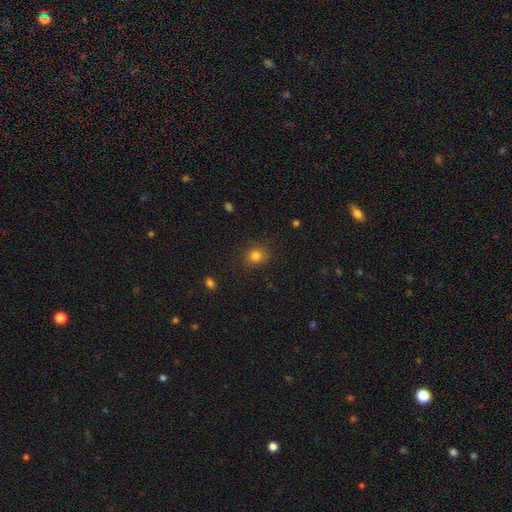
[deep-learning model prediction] Smooth or featured? smooth (82%)
How rounded? round (79%)
Merging? none (86%)